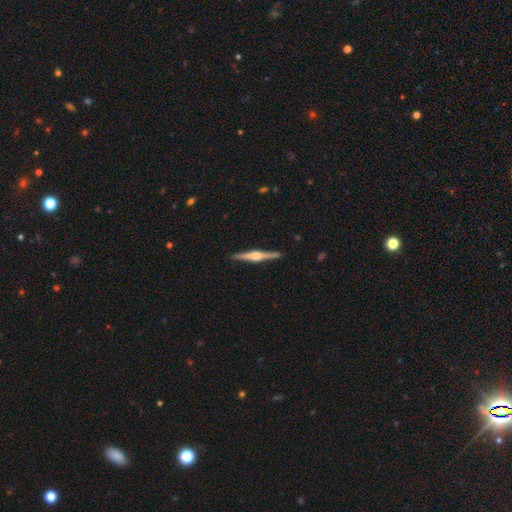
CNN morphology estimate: featured or disk 83%, smooth 13%, star or artifact 5%. Down the decision tree: edge-on disk — yes (99%); edge-on bulge — rounded (89%); merging — none (92%).